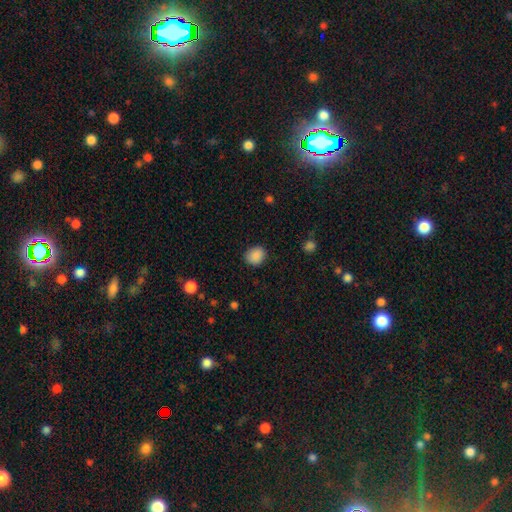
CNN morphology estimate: Smooth or featured: smooth — 88% (star or artifact — 9%)
How rounded: round — 61% (in between — 38%)
Merging: none — 84% (minor disturbance — 12%)